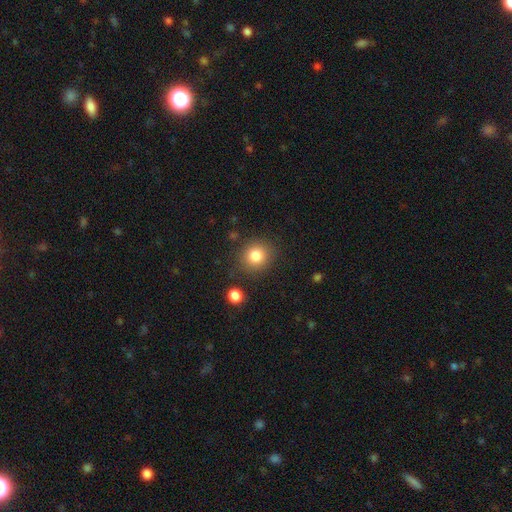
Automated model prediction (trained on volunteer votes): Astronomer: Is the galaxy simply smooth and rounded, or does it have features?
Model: smooth — 82%.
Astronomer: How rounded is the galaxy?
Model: round — 84%.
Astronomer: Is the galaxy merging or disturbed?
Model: none — 84%.